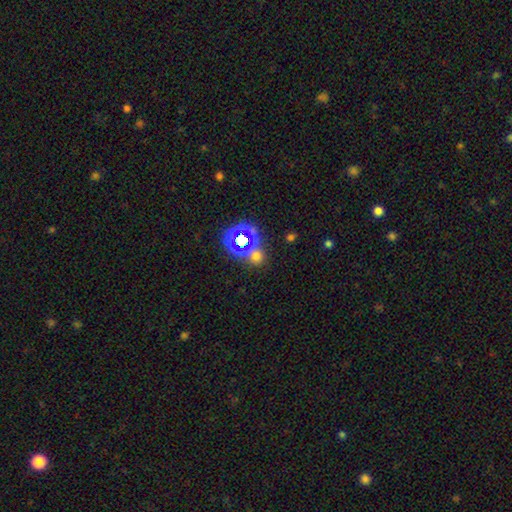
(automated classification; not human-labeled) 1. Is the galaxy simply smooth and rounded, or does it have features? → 47% smooth, 44% star or artifact, 9% featured or disk.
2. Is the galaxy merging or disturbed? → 64% none, 21% merger, 10% minor disturbance, 6% major disturbance.